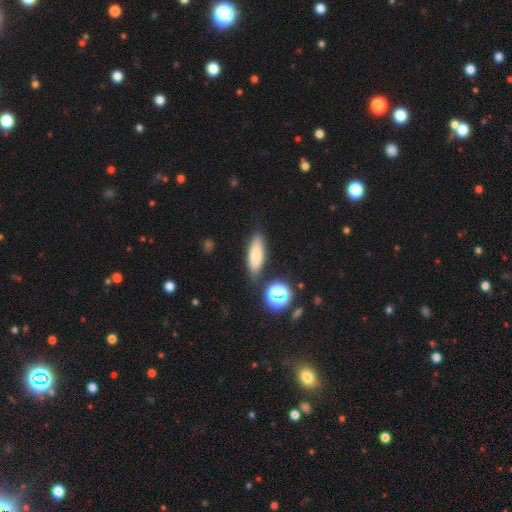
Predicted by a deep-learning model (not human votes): smooth 76%, featured or disk 13%, star or artifact 10%. Down the decision tree: how rounded — in between (51%); merging — none (79%).